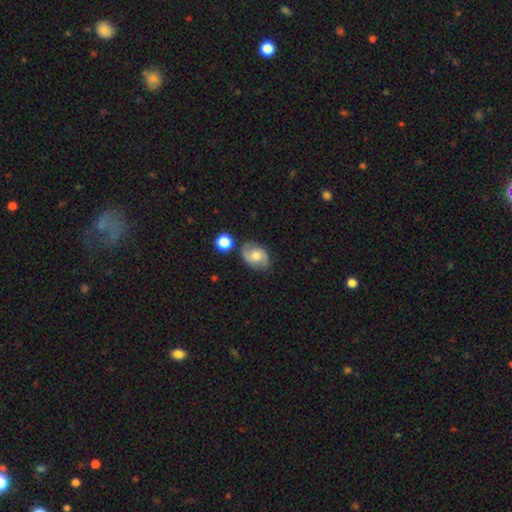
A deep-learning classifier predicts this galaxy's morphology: Smooth or featured? Predicted: featured or disk (p=0.63). Edge-on disk? Predicted: no (p=0.97). Bar? Predicted: no (p=0.55). Spiral arms? Predicted: yes (p=0.90). Spiral winding? Predicted: medium (p=0.48). Spiral arm count? Predicted: 2 (p=0.90). Bulge size? Predicted: moderate (p=0.65). Merging? Predicted: none (p=0.76).